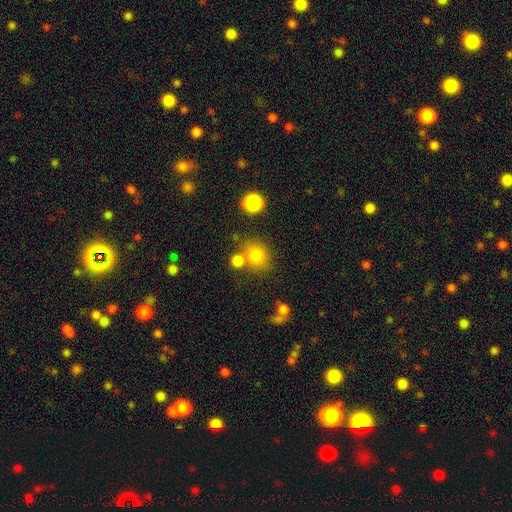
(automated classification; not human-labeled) A smooth galaxy with no disk features (77%) that is round (77%). Merging: none (63%).